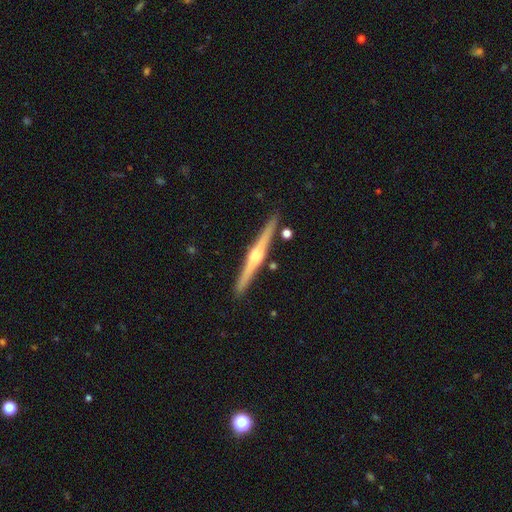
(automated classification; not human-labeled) Q: Smooth or featured?
A: featured or disk (80%); runner-up: smooth (14%)
Q: Edge-on disk?
A: yes (98%); runner-up: no (2%)
Q: Edge-on bulge?
A: rounded (87%); runner-up: boxy (7%)
Q: Merging?
A: none (89%); runner-up: minor disturbance (7%)